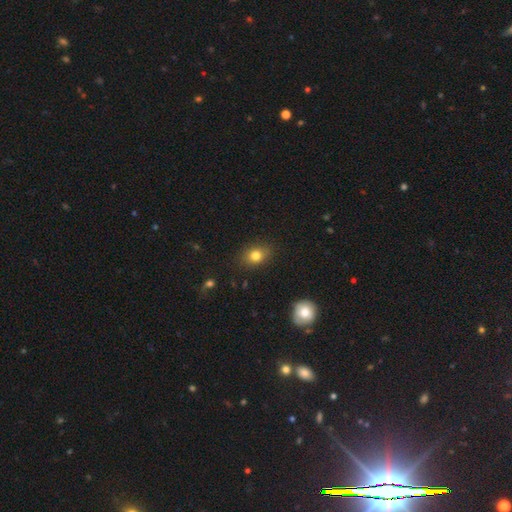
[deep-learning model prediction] smooth-or-featured: smooth: 79% | star or artifact: 11% | featured or disk: 9%
  how-rounded: in between: 58% | round: 41% | cigar-shaped: 1%
  merging: none: 85% | minor disturbance: 11% | major disturbance: 3% | merger: 1%